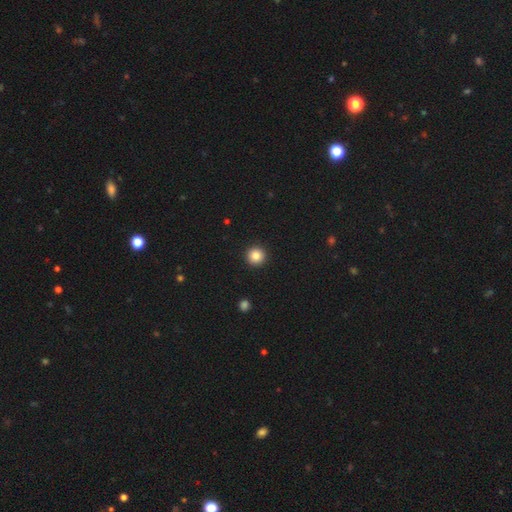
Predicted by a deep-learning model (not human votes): Smooth or featured?
  - smooth: 85% *
  - star or artifact: 10%
  - featured or disk: 4%
How rounded?
  - round: 96% *
  - in between: 3%
  - cigar-shaped: 1%
Merging?
  - none: 93% *
  - minor disturbance: 4%
  - major disturbance: 2%
  - merger: 1%